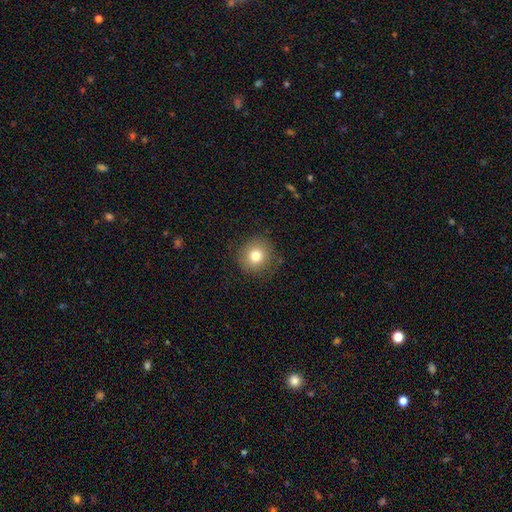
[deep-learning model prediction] A smooth galaxy with no disk features (80%) that is round (90%). Merging: none (87%).